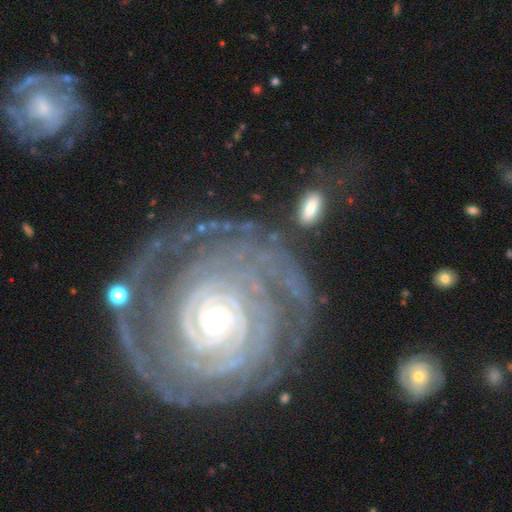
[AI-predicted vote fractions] This is clearly a featured or disk galaxy (90%). It is clearly not viewed edge-on (97%). Bar: likely no (71%). Spiral arm pattern: clearly yes (97%). Spiral arm count: marginally can't tell (26%). Spiral winding: clearly tight (84%). Central bulge: possibly small (60%). Merging: likely none (68%).